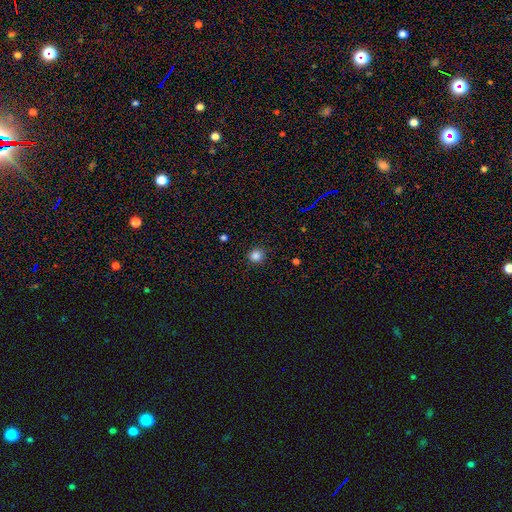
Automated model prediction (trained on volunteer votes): Smooth or featured: smooth — 84% (star or artifact — 12%)
How rounded: round — 88% (in between — 11%)
Merging: none — 89% (minor disturbance — 8%)